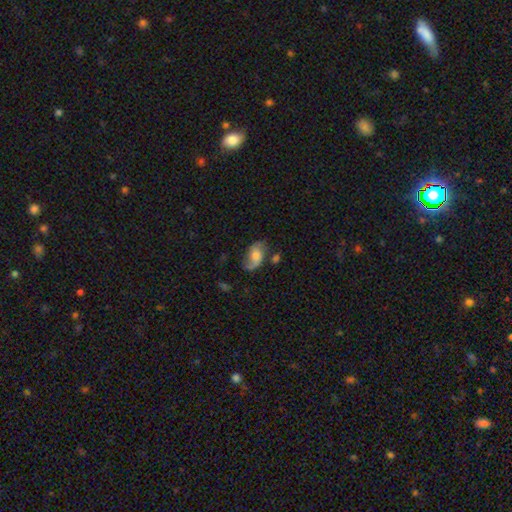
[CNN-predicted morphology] type=featured or disk (59%); edge-on=no (96%); bar=no (63%); spiral arms=yes (88%); bulge=moderate (41%); merging=none (54%).